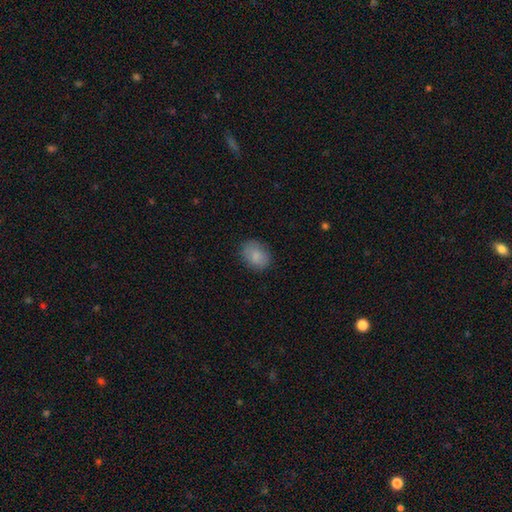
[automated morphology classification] type=smooth (84%); roundness=in between (63%); merging=none (80%).